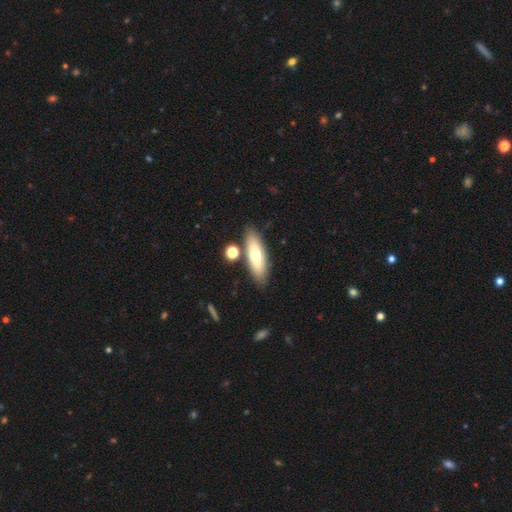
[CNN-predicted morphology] Smooth or featured? smooth (59%)
How rounded? in between (53%)
Merging? none (79%)